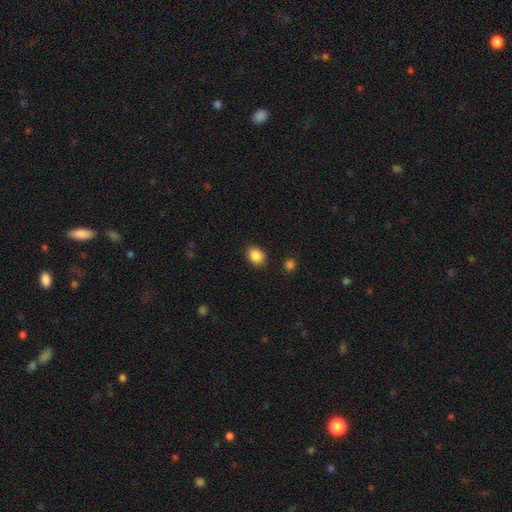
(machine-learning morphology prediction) Overall: smooth (87%). How rounded: in between (54%; round 45%). Merging: none (85%).